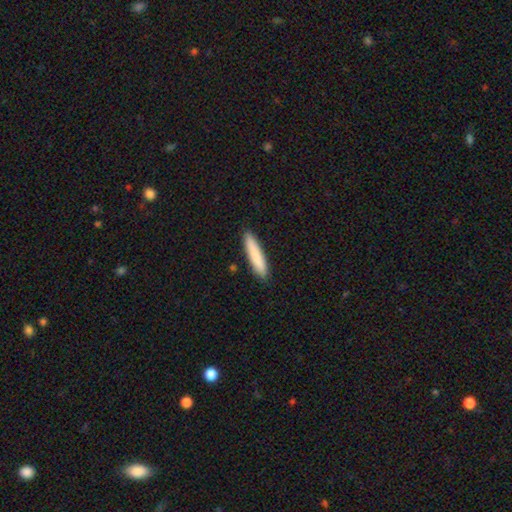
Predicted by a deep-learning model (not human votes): Overall: smooth (85%). How rounded: cigar-shaped (88%). Merging: none (89%).